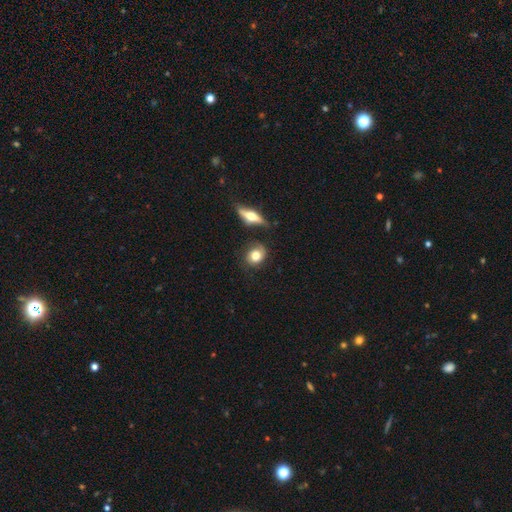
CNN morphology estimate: The model was most divided on "how rounded": round: 57%, in between: 41%, cigar-shaped: 2%. More confident: smooth or featured — smooth (70%); merging — none (65%).